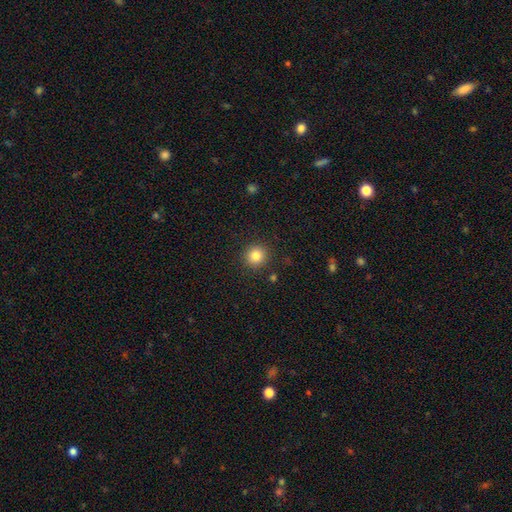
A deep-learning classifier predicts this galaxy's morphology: Smooth or featured: smooth — 84% (star or artifact — 11%)
How rounded: round — 91% (in between — 8%)
Merging: none — 90% (minor disturbance — 6%)